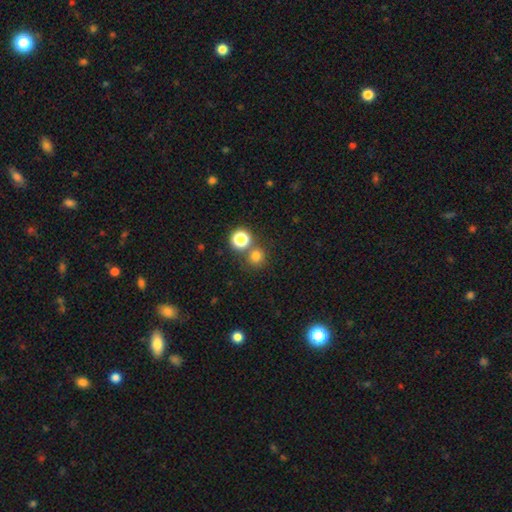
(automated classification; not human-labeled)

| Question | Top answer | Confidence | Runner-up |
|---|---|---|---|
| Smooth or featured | smooth | 73% | star or artifact (20%) |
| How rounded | round | 91% | in between (8%) |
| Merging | none | 70% | merger (20%) |